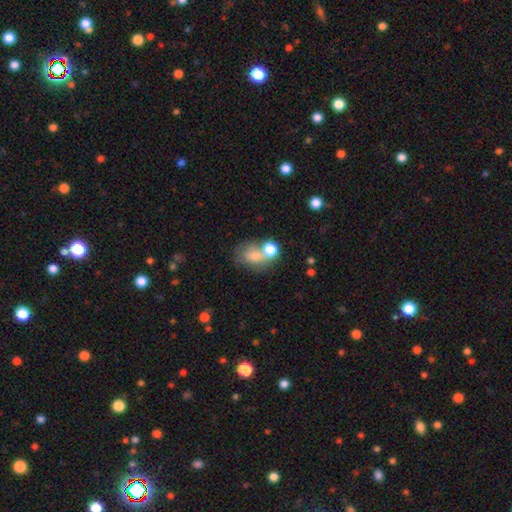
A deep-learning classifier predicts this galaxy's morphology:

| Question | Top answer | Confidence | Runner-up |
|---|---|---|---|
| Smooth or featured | smooth | 70% | featured or disk (17%) |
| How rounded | in between | 57% | round (42%) |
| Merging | merger | 40% | none (36%) |